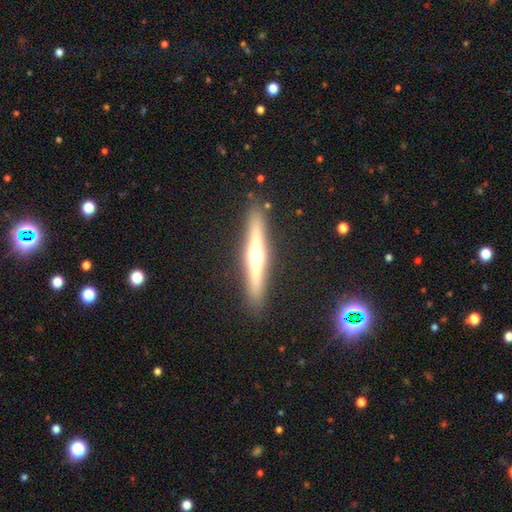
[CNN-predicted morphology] Smooth or featured? featured or disk (67%)
Edge-on disk? yes (96%)
Edge-on bulge? rounded (93%)
Merging? none (90%)